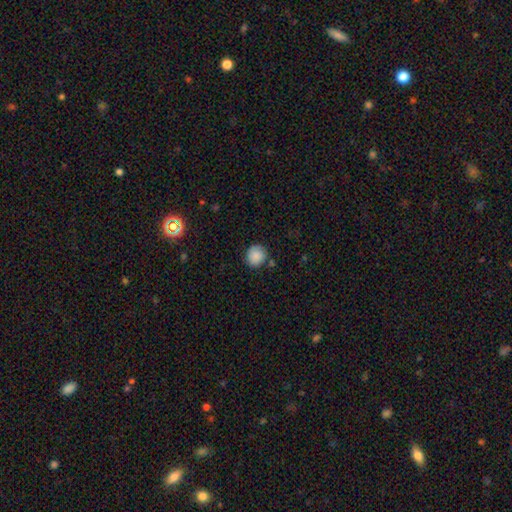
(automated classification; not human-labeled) Q: Smooth or featured?
A: smooth (87%); runner-up: star or artifact (8%)
Q: How rounded?
A: round (87%); runner-up: in between (12%)
Q: Merging?
A: none (82%); runner-up: minor disturbance (11%)